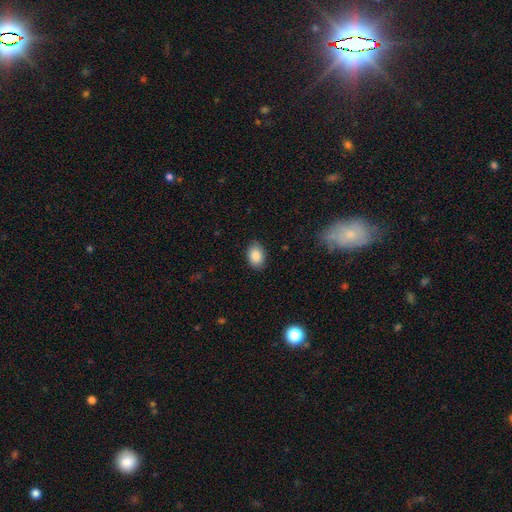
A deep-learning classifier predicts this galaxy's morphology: This appears to be a smooth galaxy with no disk features (87%) that is in between round and cigar-shaped (84%). Merging: none (85%).